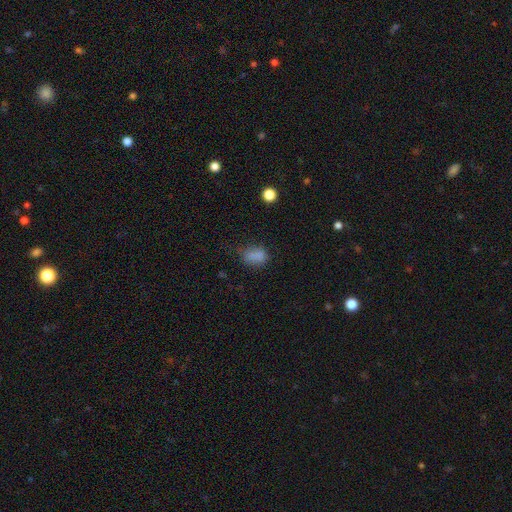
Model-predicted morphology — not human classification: This is likely a smooth galaxy (80%). How rounded: likely in between (78%). Merging: possibly none (59%).